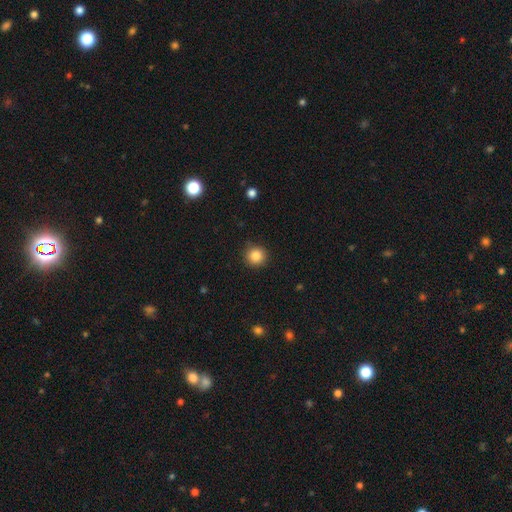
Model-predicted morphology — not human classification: smooth_or_featured: smooth (p=0.86) [alt: star or artifact p=0.10]
how_rounded: round (p=0.93) [alt: in between p=0.06]
merging: none (p=0.89) [alt: minor disturbance p=0.07]